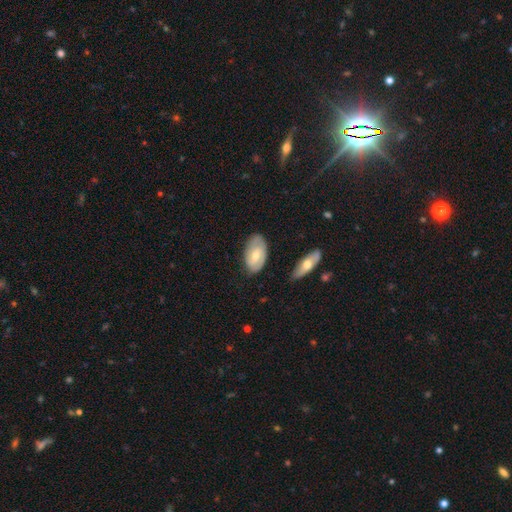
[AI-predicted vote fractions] Overall: smooth (54%; featured or disk 41%). How rounded: in between (93%). Merging: none (73%).